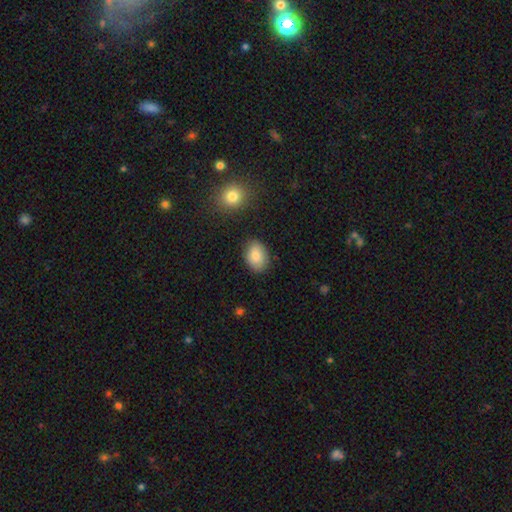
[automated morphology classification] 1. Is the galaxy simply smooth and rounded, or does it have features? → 85% smooth, 8% star or artifact, 7% featured or disk.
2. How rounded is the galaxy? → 79% in between, 20% round, 1% cigar-shaped.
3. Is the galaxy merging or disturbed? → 83% none, 12% minor disturbance, 3% major disturbance, 2% merger.